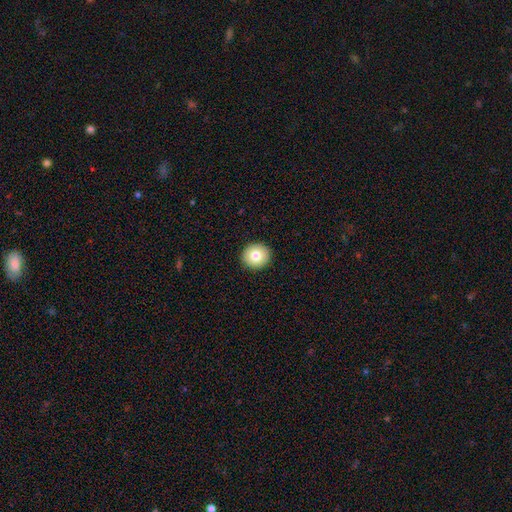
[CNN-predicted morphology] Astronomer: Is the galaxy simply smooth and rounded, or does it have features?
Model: smooth — 79%.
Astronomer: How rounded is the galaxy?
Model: round — 91%.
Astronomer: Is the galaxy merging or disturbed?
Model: none — 93%.